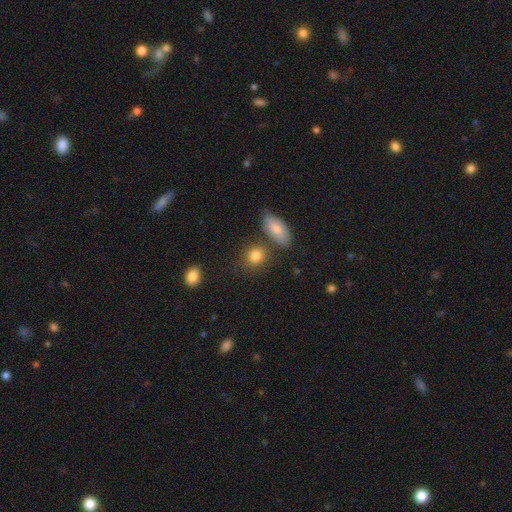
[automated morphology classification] type=smooth (83%); roundness=round (61%); merging=none (70%).